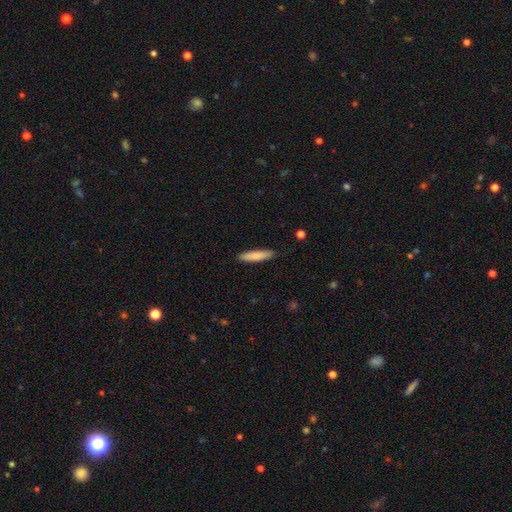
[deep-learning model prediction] This appears to be a smooth galaxy with no disk features (81%) that is cigar-shaped (85%). Merging: none (89%).